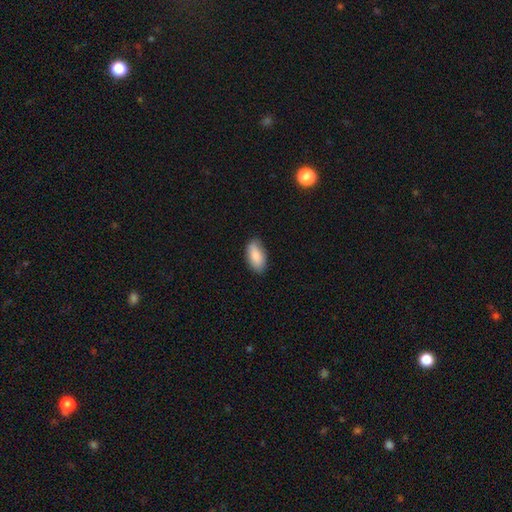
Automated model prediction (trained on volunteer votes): This appears to be a smooth galaxy with no disk features (85%) that is in between round and cigar-shaped (92%). Merging: none (83%).